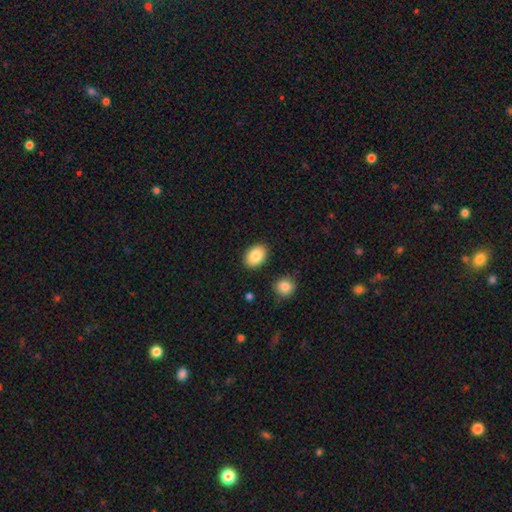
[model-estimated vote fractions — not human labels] The model was most divided on "how rounded": in between: 80%, round: 19%, cigar-shaped: 1%. More confident: merging — none (87%); smooth or featured — smooth (86%).